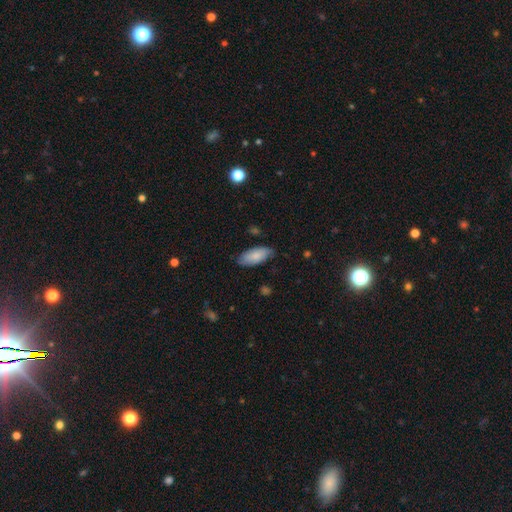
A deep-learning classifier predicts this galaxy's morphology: smooth-or-featured: smooth: 78% | featured or disk: 16% | star or artifact: 6%
  how-rounded: in between: 88% | cigar-shaped: 10% | round: 2%
  merging: none: 75% | minor disturbance: 20% | major disturbance: 3% | merger: 1%